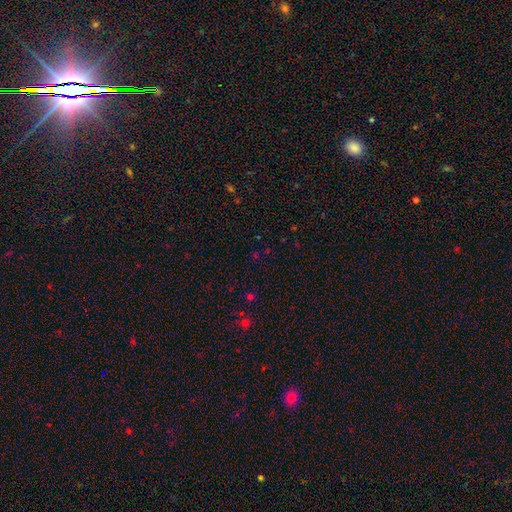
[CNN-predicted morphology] Smooth or featured?
  - star or artifact: 60% *
  - smooth: 32%
  - featured or disk: 7%